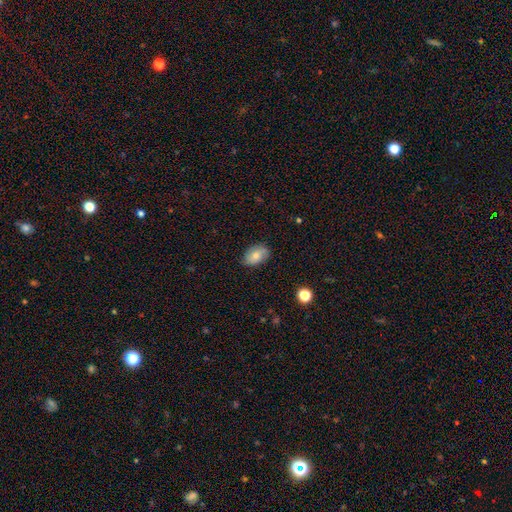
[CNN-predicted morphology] Smooth or featured: smooth — 69% (featured or disk — 23%)
How rounded: in between — 82% (round — 16%)
Merging: none — 78% (minor disturbance — 18%)